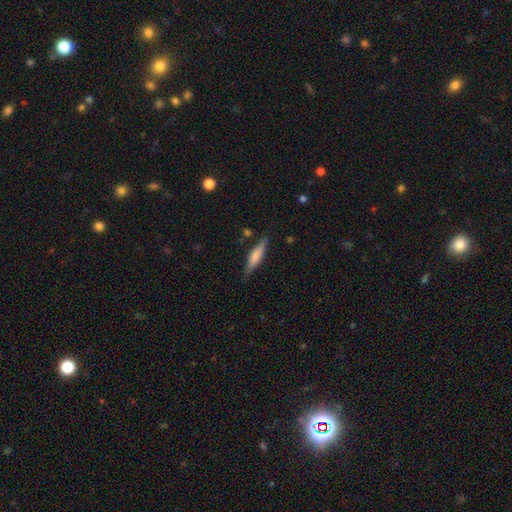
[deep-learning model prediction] smooth 61%, featured or disk 33%, star or artifact 6%. Down the decision tree: how rounded — cigar-shaped (74%); merging — none (81%).